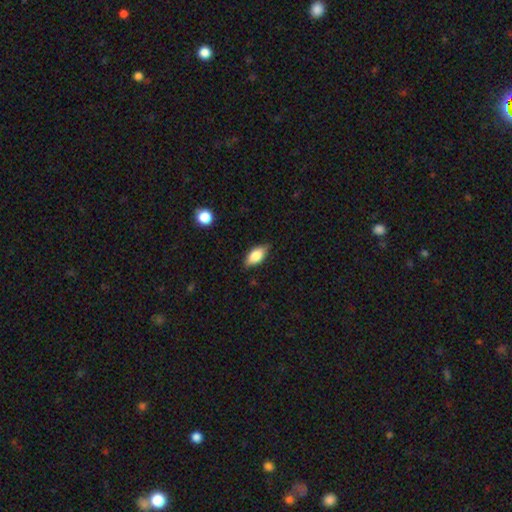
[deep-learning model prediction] The model was most divided on "smooth or featured": smooth: 79%, featured or disk: 14%, star or artifact: 7%. More confident: how rounded — in between (88%); merging — none (82%).